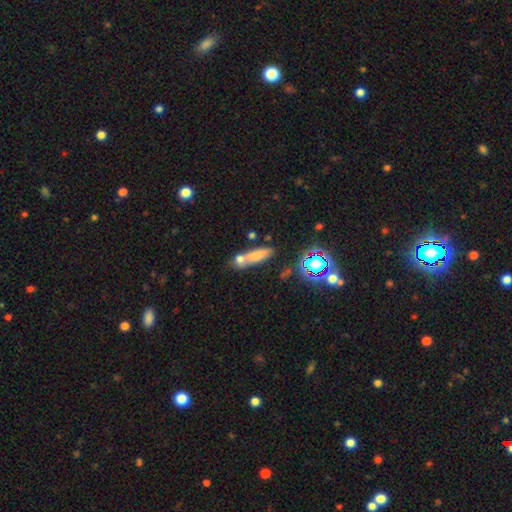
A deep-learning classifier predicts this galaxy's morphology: Overall: smooth (67%). How rounded: cigar-shaped (60%; in between 32%). Merging: none (47%; merger 33%).